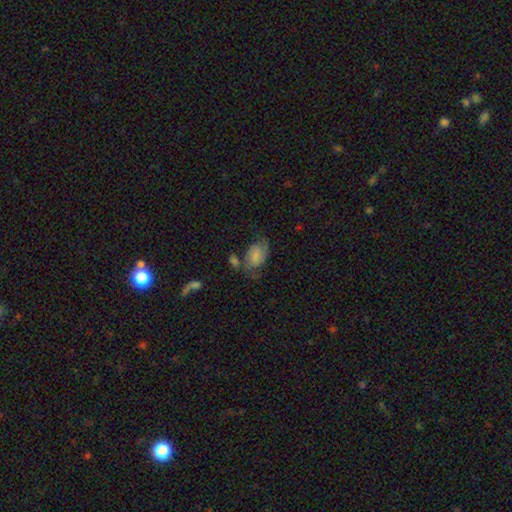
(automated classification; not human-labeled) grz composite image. It shows a featured or disk galaxy (48%). Merging: none (47%).